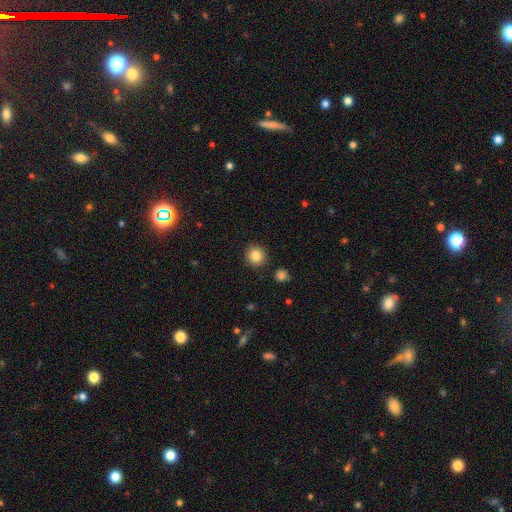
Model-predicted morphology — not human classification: This appears to be a smooth galaxy with no disk features (85%) that is round (91%). Merging: none (90%).